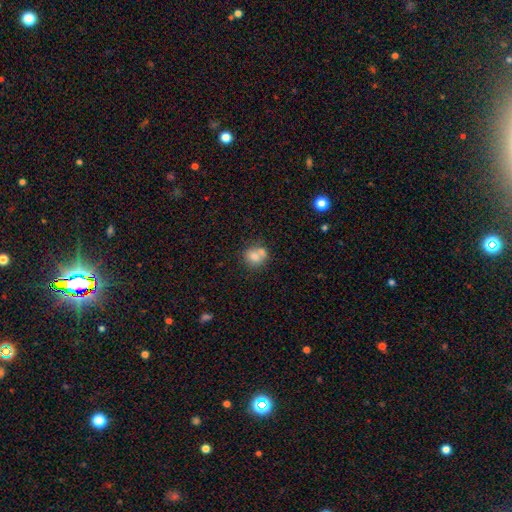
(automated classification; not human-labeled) Overall: smooth (75%). How rounded: round (69%; in between 30%). Merging: none (41%, tied with merger).